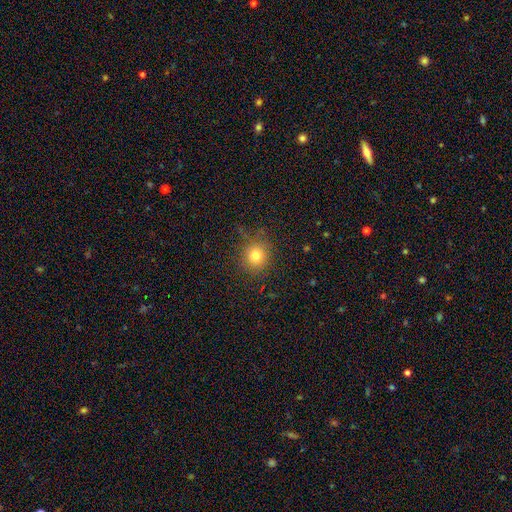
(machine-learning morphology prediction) This appears to be a smooth galaxy with no disk features (78%) that is round (87%). Merging: none (83%).